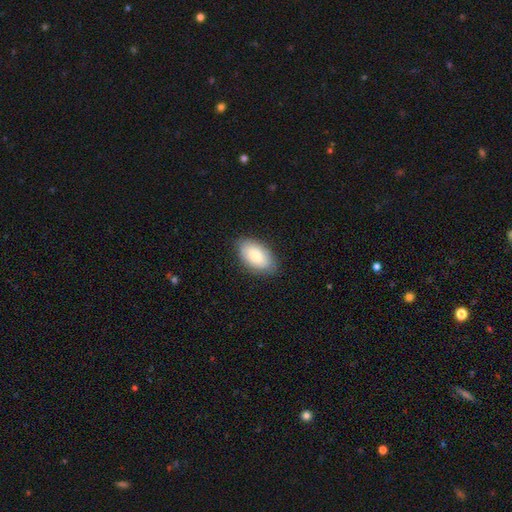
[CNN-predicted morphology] This is clearly a smooth galaxy (82%). How rounded: clearly in between (95%). Merging: clearly none (82%).